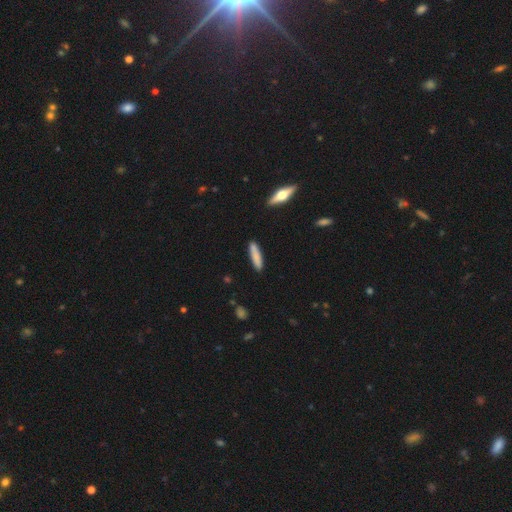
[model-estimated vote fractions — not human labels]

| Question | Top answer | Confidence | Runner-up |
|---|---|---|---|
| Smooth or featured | smooth | 81% | featured or disk (13%) |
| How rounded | cigar-shaped | 85% | in between (14%) |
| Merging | none | 87% | minor disturbance (9%) |